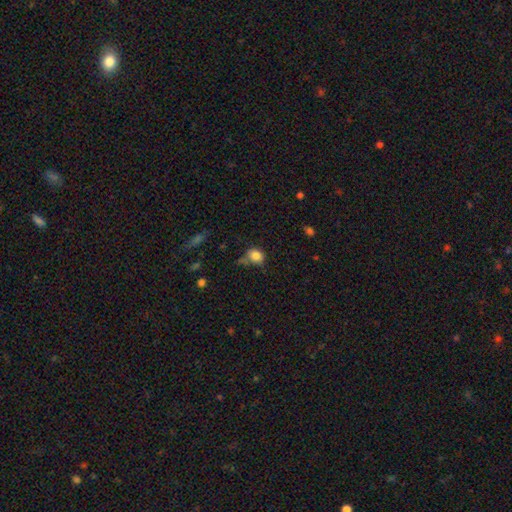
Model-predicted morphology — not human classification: Q: Smooth or featured?
A: smooth (82%); runner-up: star or artifact (11%)
Q: How rounded?
A: round (62%); runner-up: in between (37%)
Q: Merging?
A: none (52%); runner-up: minor disturbance (28%)